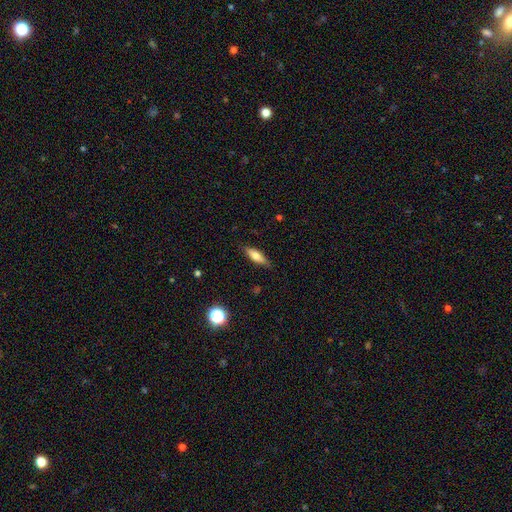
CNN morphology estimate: This appears to be a smooth galaxy with no disk features (66%) that is in between round and cigar-shaped (50%). Merging: none (83%).